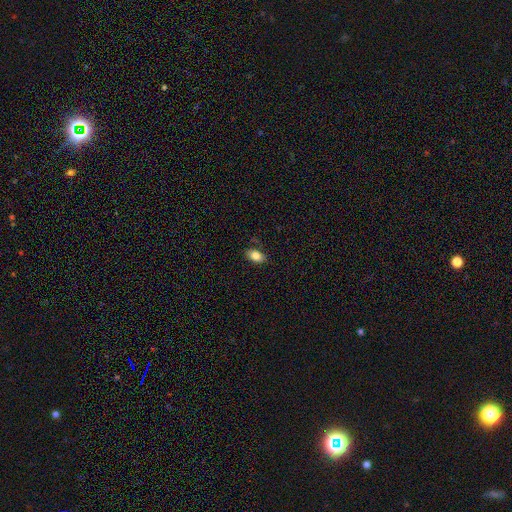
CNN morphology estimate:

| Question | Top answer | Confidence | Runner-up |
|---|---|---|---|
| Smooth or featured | smooth | 83% | star or artifact (9%) |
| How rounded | in between | 87% | round (11%) |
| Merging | none | 84% | minor disturbance (12%) |